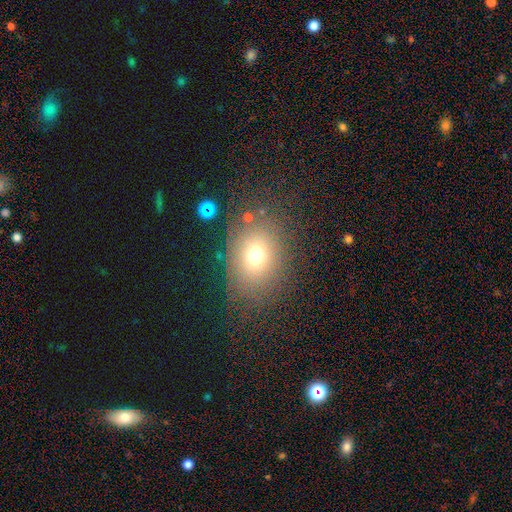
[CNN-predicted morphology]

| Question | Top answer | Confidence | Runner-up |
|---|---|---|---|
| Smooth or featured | smooth | 70% | star or artifact (17%) |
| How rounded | in between | 50% | round (48%) |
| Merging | none | 78% | minor disturbance (12%) |